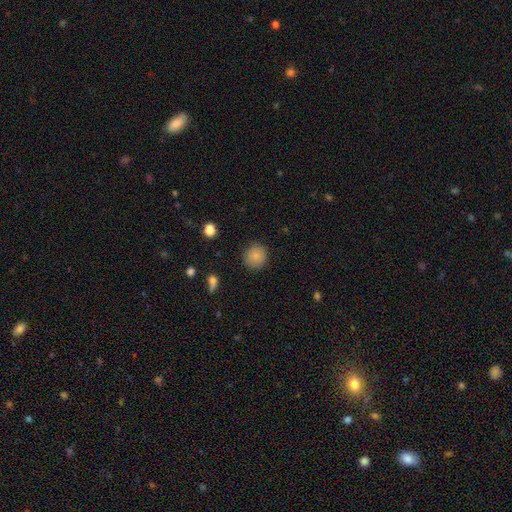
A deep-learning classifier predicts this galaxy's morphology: Smooth or featured: smooth — 85% (star or artifact — 10%)
How rounded: round — 92% (in between — 7%)
Merging: none — 89% (minor disturbance — 7%)